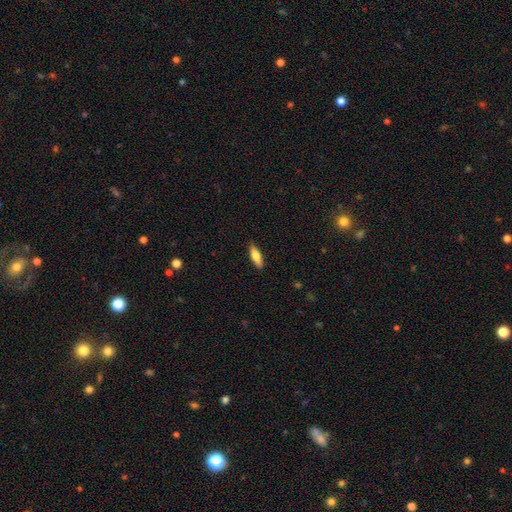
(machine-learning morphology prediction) Smooth or featured?
  - smooth: 71% *
  - featured or disk: 23%
  - star or artifact: 6%
How rounded?
  - cigar-shaped: 52% *
  - in between: 46%
  - round: 2%
Merging?
  - none: 87% *
  - minor disturbance: 10%
  - major disturbance: 2%
  - merger: 1%